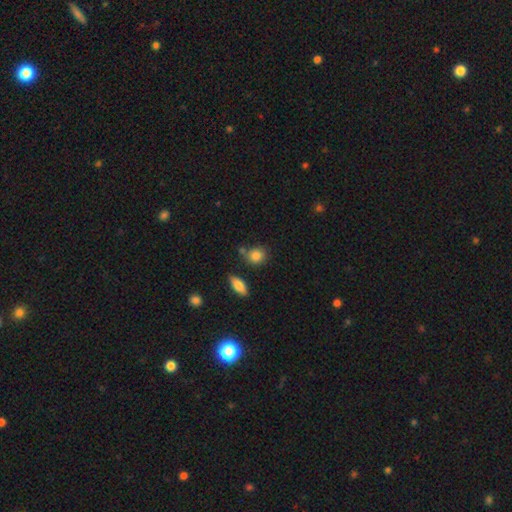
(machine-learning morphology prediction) type=smooth (85%); roundness=round (69%); merging=none (69%).